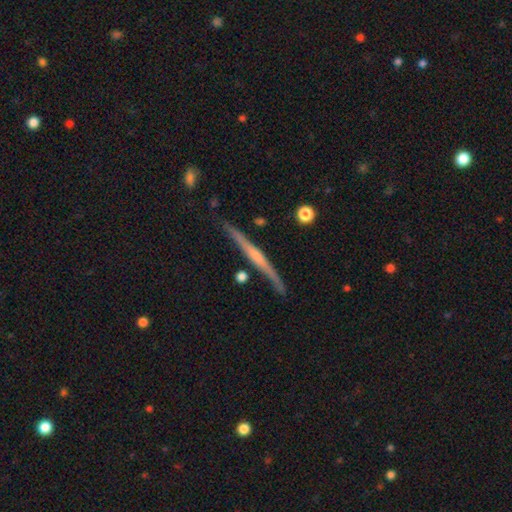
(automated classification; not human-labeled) Smooth or featured? Predicted: featured or disk (p=0.71). Edge-on disk? Predicted: yes (p=0.98). Edge-on bulge? Predicted: rounded (p=0.44). Merging? Predicted: none (p=0.85).